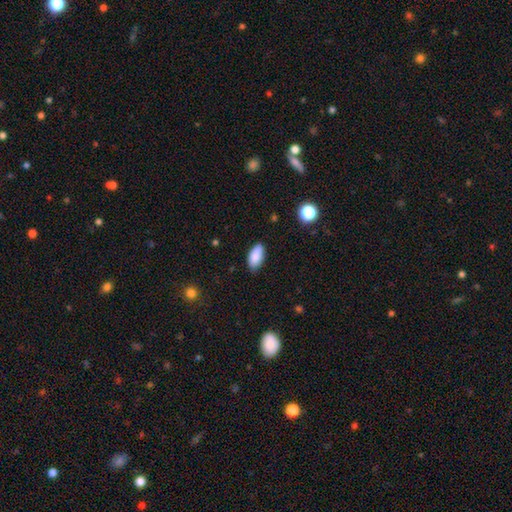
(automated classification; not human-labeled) Morphology: type=smooth (87%); roundness=in between (91%); merging=none (80%).